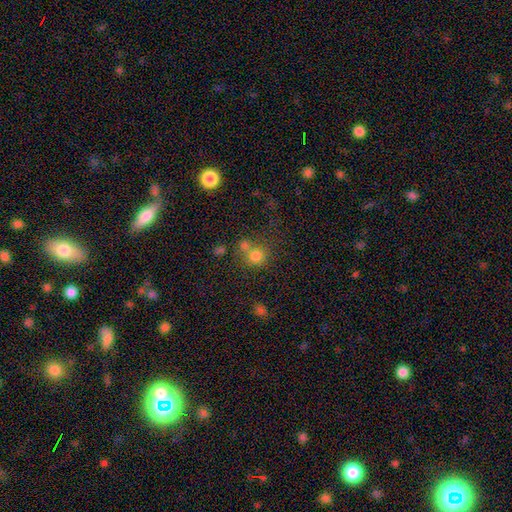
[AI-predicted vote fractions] A smooth galaxy with no disk features (75%) that is round (86%). Merging: none (49%).